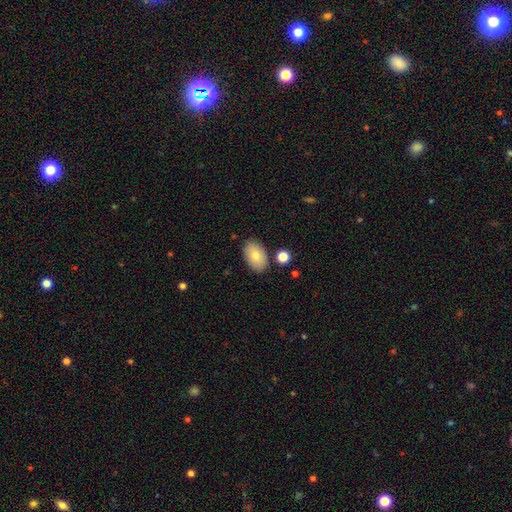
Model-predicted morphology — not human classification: smooth_or_featured: smooth (p=0.78) [alt: featured or disk p=0.15]
how_rounded: in between (p=0.91) [alt: round p=0.07]
merging: none (p=0.83) [alt: minor disturbance p=0.11]